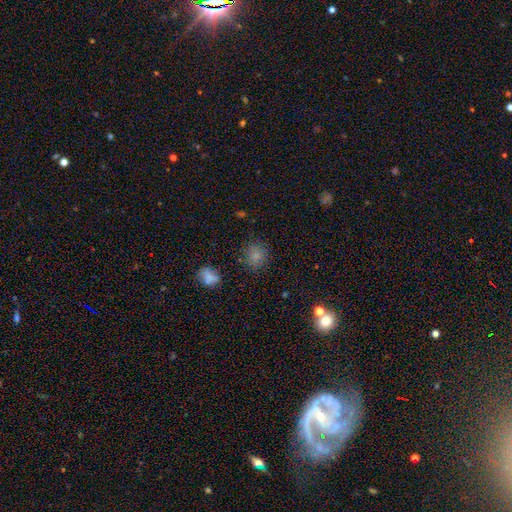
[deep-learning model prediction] A smooth galaxy with no disk features (80%) that is round (84%). Merging: none (83%).